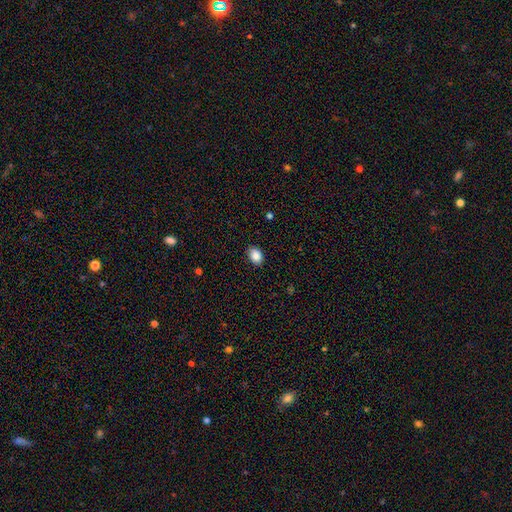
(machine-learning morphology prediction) This appears to be a smooth galaxy with no disk features (88%) that is in between round and cigar-shaped (69%). Merging: none (87%).